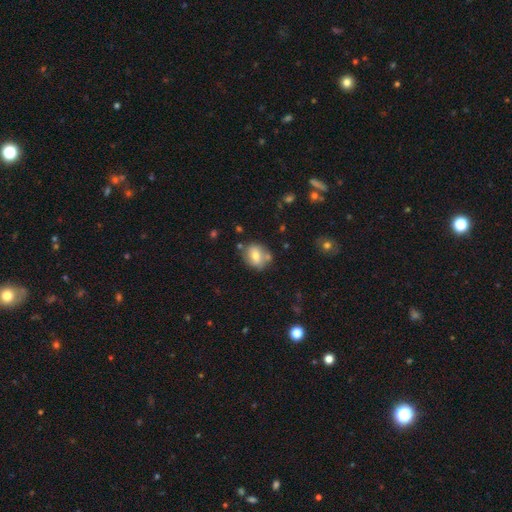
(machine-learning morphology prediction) smooth 66%, featured or disk 25%, star or artifact 9%. Down the decision tree: how rounded — round (56%); merging — none (68%).